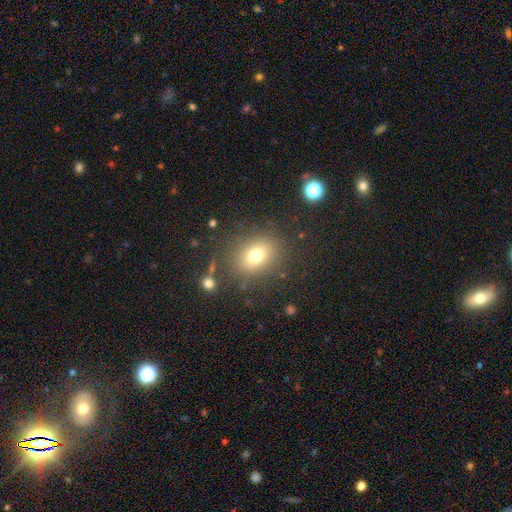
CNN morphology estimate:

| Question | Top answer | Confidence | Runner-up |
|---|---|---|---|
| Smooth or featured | smooth | 73% | star or artifact (16%) |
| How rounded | round | 58% | in between (41%) |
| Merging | none | 82% | minor disturbance (10%) |